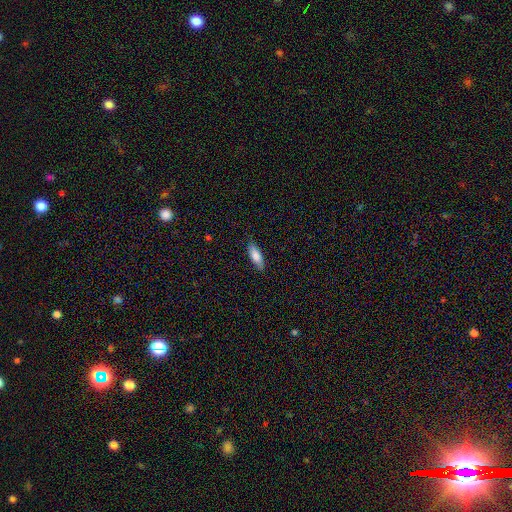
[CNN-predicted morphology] This is clearly a smooth galaxy (81%). How rounded: likely in between (66%). Merging: clearly none (82%).